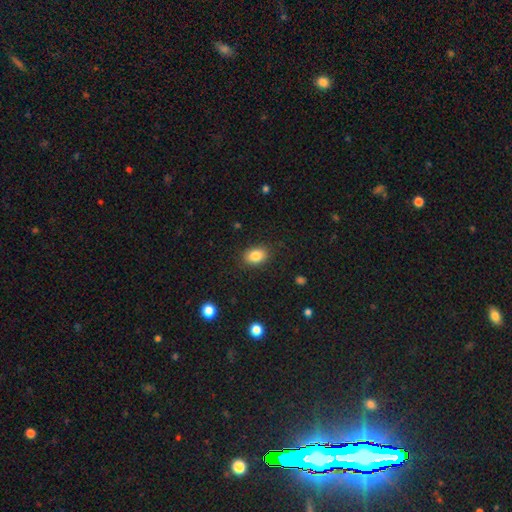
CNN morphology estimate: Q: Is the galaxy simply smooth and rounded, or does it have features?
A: smooth — 85%.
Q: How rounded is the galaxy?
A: in between — 76%.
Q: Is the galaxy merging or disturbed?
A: none — 86%.